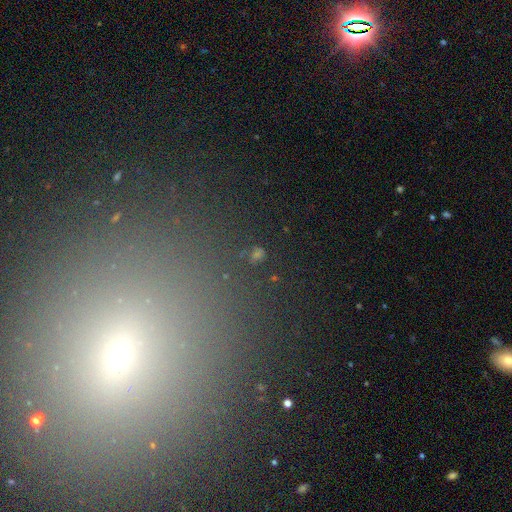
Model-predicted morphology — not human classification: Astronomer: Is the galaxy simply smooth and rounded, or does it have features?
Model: star or artifact — 58%.